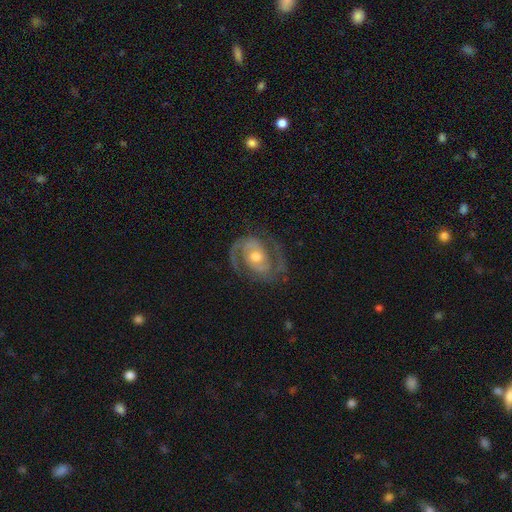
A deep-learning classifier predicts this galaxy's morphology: Smooth or featured?
  - featured or disk: 90% *
  - smooth: 5%
  - star or artifact: 5%
Edge-on disk?
  - no: 97% *
  - yes: 3%
Bar?
  - no: 51% *
  - weak: 35%
  - strong: 15%
Spiral arms?
  - yes: 97% *
  - no: 3%
Spiral winding?
  - medium: 50% *
  - tight: 39%
  - loose: 11%
Spiral arm count?
  - 2: 90% *
  - can't tell: 3%
  - 3: 3%
  - 1: 2%
  - 4: 1%
  - more than 4: 1%
Bulge size?
  - moderate: 66% *
  - small: 27%
  - large: 5%
  - none: 1%
  - dominant: 1%
Merging?
  - none: 77% *
  - minor disturbance: 14%
  - major disturbance: 8%
  - merger: 1%